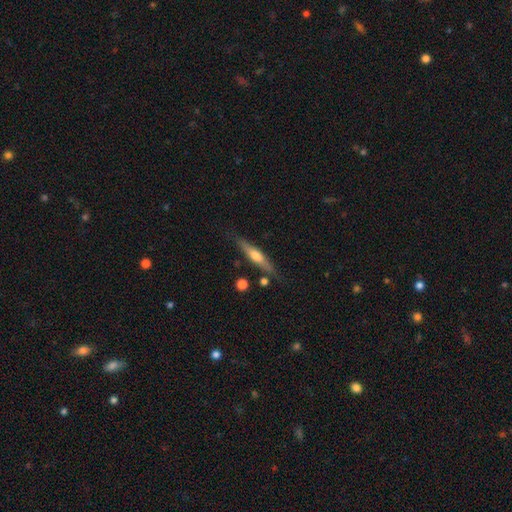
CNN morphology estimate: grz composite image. It shows a featured or disk galaxy (56%) viewed edge-on (93%) with a rounded central bulge (79%). Merging: none (79%).